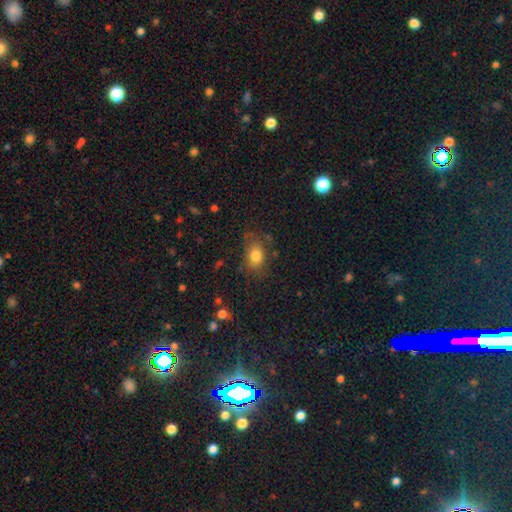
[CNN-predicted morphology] A smooth galaxy with no disk features (79%) that is in between round and cigar-shaped (70%). Merging: none (71%).